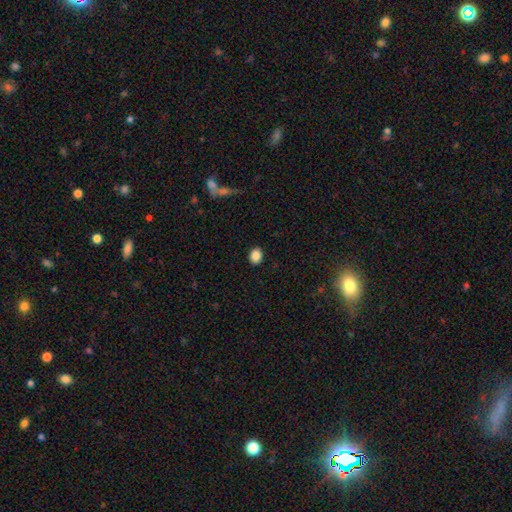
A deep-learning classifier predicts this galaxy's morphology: smooth-or-featured: smooth: 87% | star or artifact: 9% | featured or disk: 4%
  how-rounded: in between: 59% | round: 40% | cigar-shaped: 1%
  merging: none: 90% | minor disturbance: 7% | major disturbance: 2% | merger: 1%